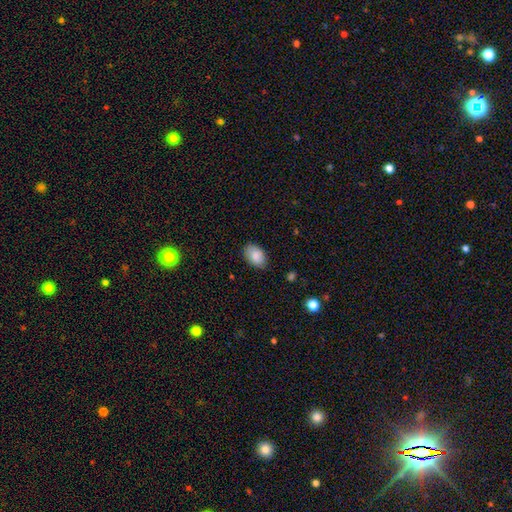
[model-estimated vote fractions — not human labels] Q: Smooth or featured?
A: smooth (87%); runner-up: star or artifact (7%)
Q: How rounded?
A: in between (88%); runner-up: round (11%)
Q: Merging?
A: none (84%); runner-up: minor disturbance (12%)